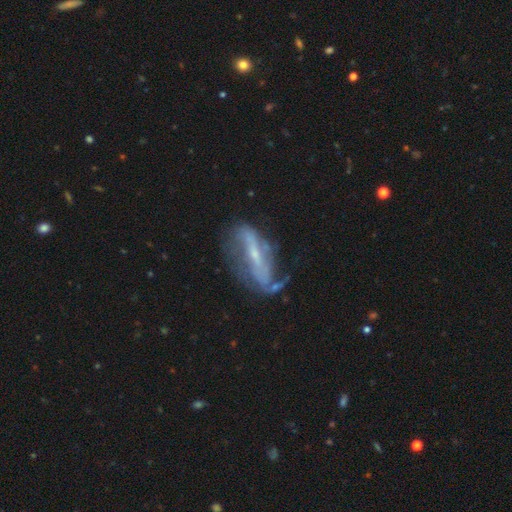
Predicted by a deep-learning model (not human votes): Smooth or featured?
  - featured or disk: 75% *
  - smooth: 17%
  - star or artifact: 8%
Edge-on disk?
  - no: 73% *
  - yes: 27%
Bar?
  - strong: 48% *
  - weak: 28%
  - no: 24%
Spiral arms?
  - yes: 72% *
  - no: 28%
Bulge size?
  - small: 70% *
  - moderate: 22%
  - none: 6%
  - large: 2%
  - dominant: 1%
Merging?
  - none: 48% *
  - minor disturbance: 26%
  - major disturbance: 21%
  - merger: 5%